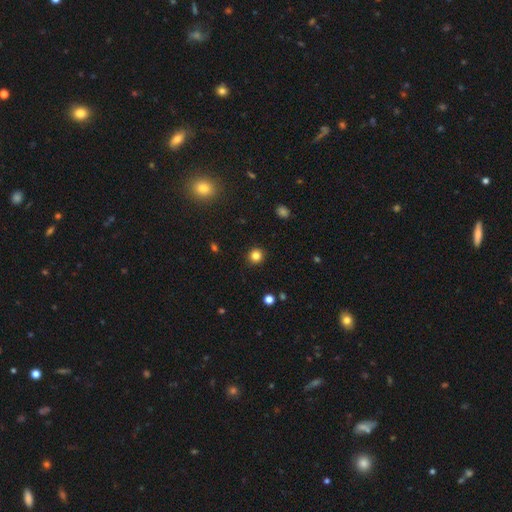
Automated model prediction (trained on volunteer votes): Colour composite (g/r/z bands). It shows a smooth galaxy with no disk features (82%) that is round (93%). Merging: none (92%).